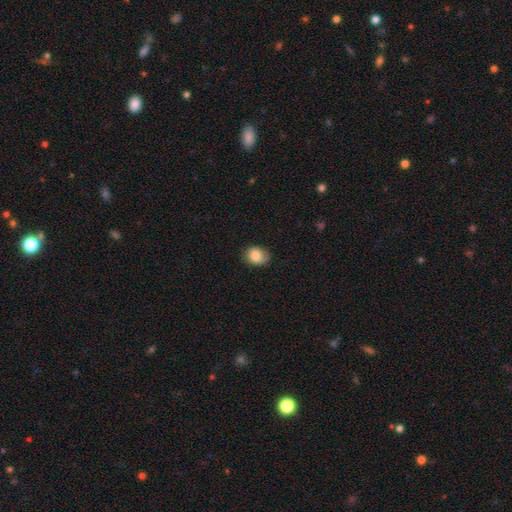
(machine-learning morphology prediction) A smooth galaxy with no disk features (84%) that is in between round and cigar-shaped (56%).

Vote fractions:
- Smooth or featured? smooth: 84% / star or artifact: 8% / featured or disk: 8%
- How rounded? in between: 56% / round: 43% / cigar-shaped: 1%
- Merging? none: 75% / minor disturbance: 20% / major disturbance: 4% / merger: 1%